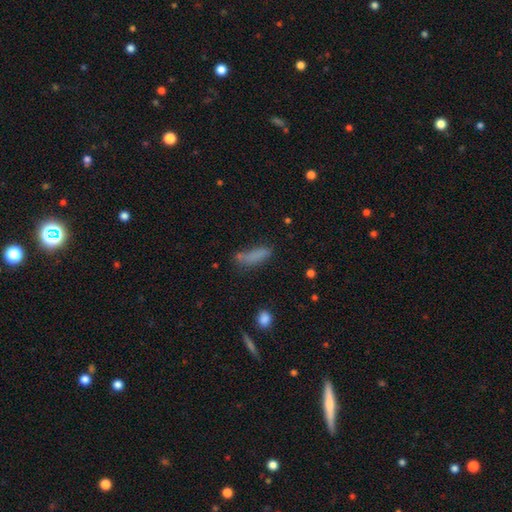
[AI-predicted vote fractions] Smooth or featured: smooth — 78% (featured or disk — 11%)
How rounded: cigar-shaped — 52% (in between — 45%)
Merging: none — 52% (minor disturbance — 26%)